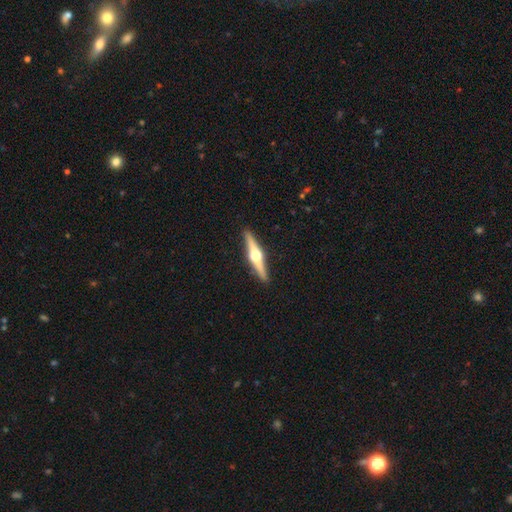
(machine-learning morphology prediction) Smooth or featured?
  - featured or disk: 77% *
  - smooth: 18%
  - star or artifact: 5%
Edge-on disk?
  - yes: 98% *
  - no: 2%
Edge-on bulge?
  - rounded: 96% *
  - boxy: 2%
  - none: 1%
Merging?
  - none: 92% *
  - minor disturbance: 6%
  - major disturbance: 1%
  - merger: 1%